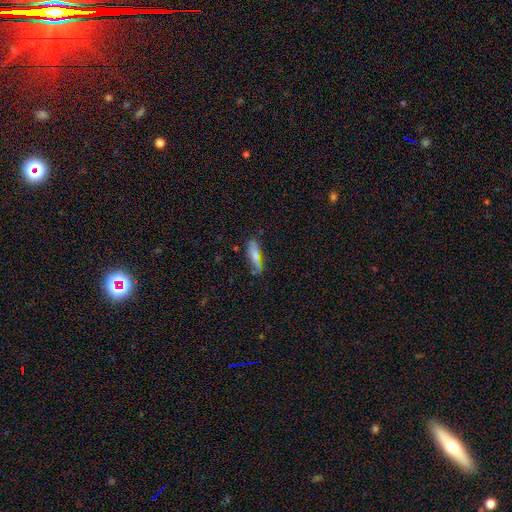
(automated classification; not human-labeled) Overall: smooth (71%). How rounded: cigar-shaped (63%; in between 35%). Merging: none (69%).